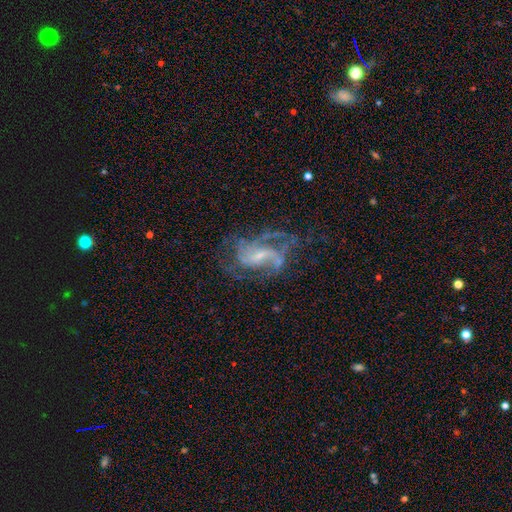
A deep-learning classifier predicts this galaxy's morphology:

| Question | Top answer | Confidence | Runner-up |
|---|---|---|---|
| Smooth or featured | featured or disk | 79% | star or artifact (12%) |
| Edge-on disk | no | 96% | yes (4%) |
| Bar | weak | 47% | no (34%) |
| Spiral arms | yes | 90% | no (10%) |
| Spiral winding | medium | 48% | tight (27%) |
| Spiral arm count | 2 | 44% | can't tell (23%) |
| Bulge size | small | 56% | moderate (25%) |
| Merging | none | 55% | major disturbance (23%) |